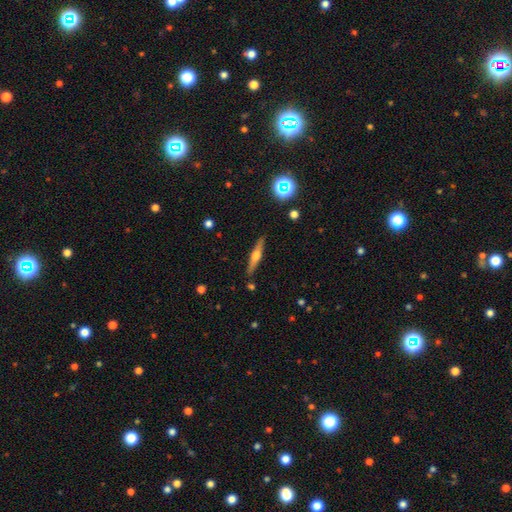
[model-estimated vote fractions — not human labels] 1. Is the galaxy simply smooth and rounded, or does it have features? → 65% featured or disk, 29% smooth, 7% star or artifact.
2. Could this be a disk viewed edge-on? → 97% yes, 3% no.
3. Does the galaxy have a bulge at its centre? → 91% rounded, 5% boxy, 3% none.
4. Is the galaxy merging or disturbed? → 88% none, 8% minor disturbance, 2% merger, 2% major disturbance.